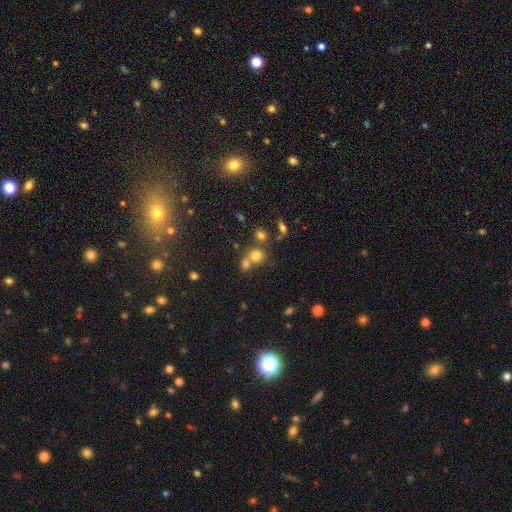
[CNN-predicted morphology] type=smooth (73%); roundness=round (85%); merging=none (49%).